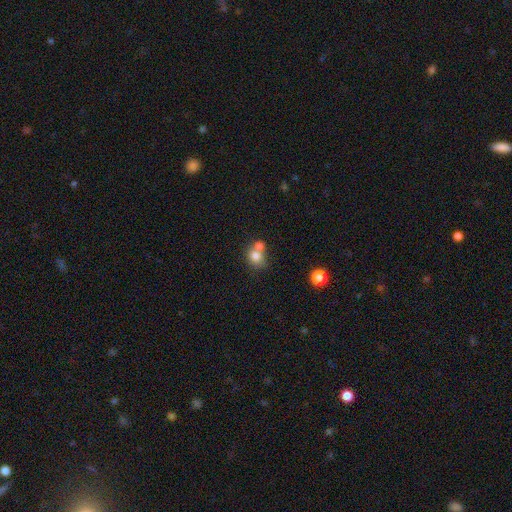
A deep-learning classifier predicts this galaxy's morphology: This is likely a smooth galaxy (77%). How rounded: likely round (71%). Merging: possibly merger (49%).